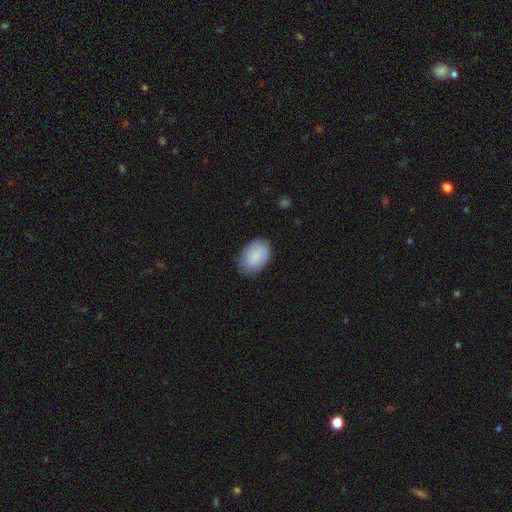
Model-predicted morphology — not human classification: This appears to be a smooth galaxy with no disk features (84%) that is in between round and cigar-shaped (89%). Merging: none (79%).